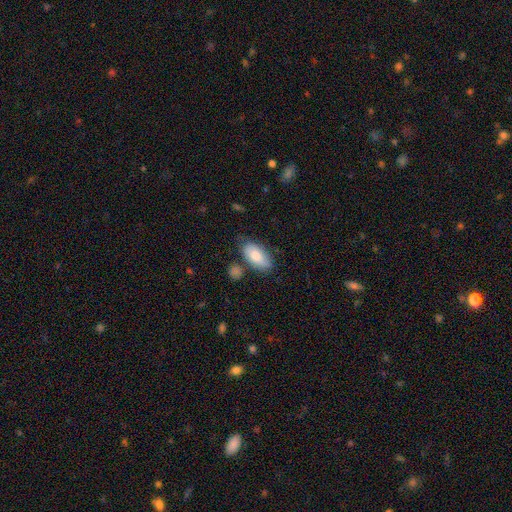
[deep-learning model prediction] Smooth or featured? Predicted: smooth (p=0.80). How rounded? Predicted: in between (p=0.92). Merging? Predicted: none (p=0.70).